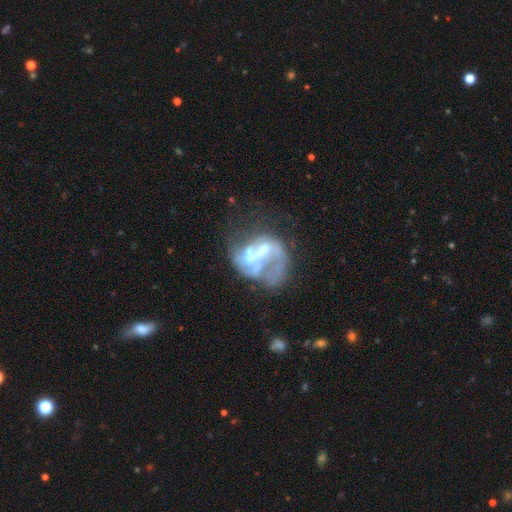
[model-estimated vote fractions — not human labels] featured or disk 71%, smooth 18%, star or artifact 11%. Down the decision tree: edge-on disk — no (98%); bar — no (65%); spiral arms — no (65%); bulge size — moderate (40%); merging — major disturbance (35%).